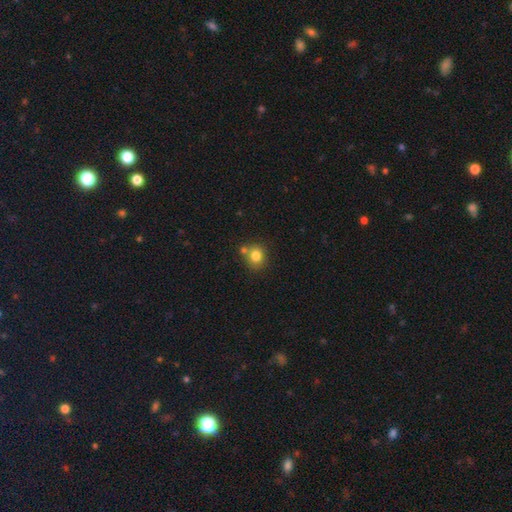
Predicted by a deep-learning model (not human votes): This is clearly a smooth galaxy (81%). How rounded: likely round (78%). Merging: likely none (64%).